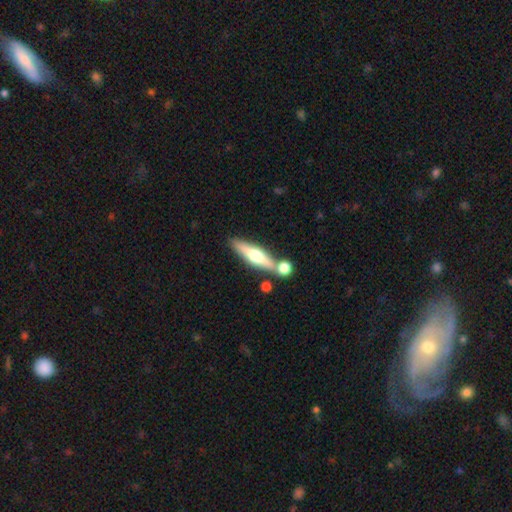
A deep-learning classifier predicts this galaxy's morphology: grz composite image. It shows a featured or disk galaxy (53%) viewed edge-on (91%). Merging: none (68%).